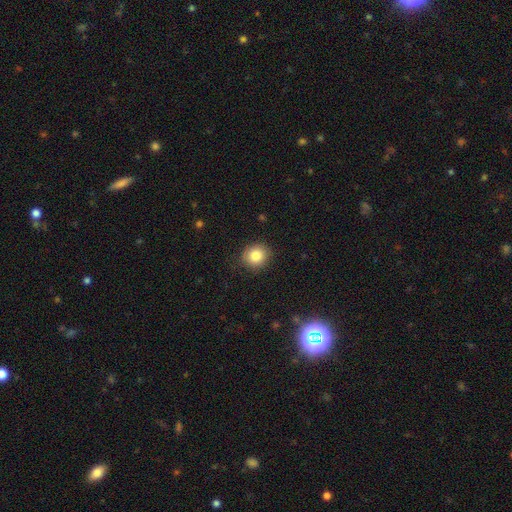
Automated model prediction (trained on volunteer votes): Overall: smooth (83%). How rounded: round (83%). Merging: none (87%).